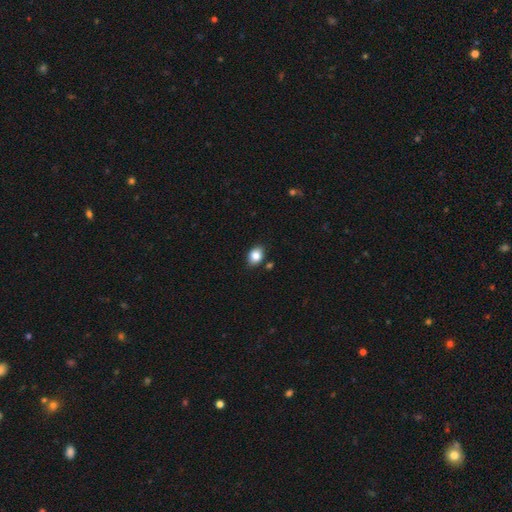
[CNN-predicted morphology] Overall: smooth (85%). How rounded: in between (65%; round 34%). Merging: none (84%).